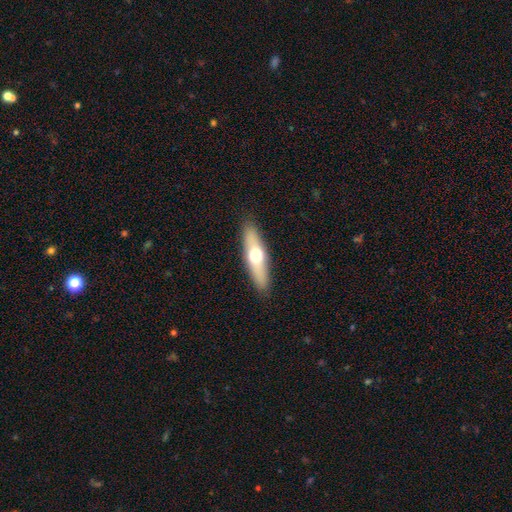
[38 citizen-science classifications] Smooth or featured?
  - smooth: 58% *
  - featured or disk: 34%
  - star or artifact: 8%
How rounded?
  - cigar-shaped: 59% *
  - in between: 41%
  - round: 0%
Merging?
  - none: 94% *
  - minor disturbance: 6%
  - major disturbance: 0%
  - merger: 0%